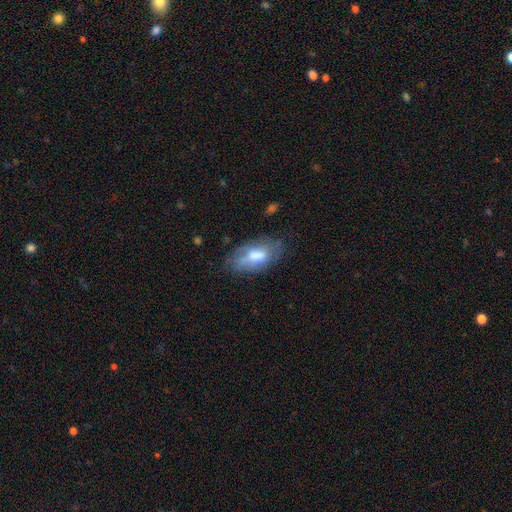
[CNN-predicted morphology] smooth-or-featured: smooth: 63% | featured or disk: 29% | star or artifact: 7%
  how-rounded: in between: 92% | cigar-shaped: 5% | round: 3%
  merging: none: 61% | minor disturbance: 26% | major disturbance: 10% | merger: 2%